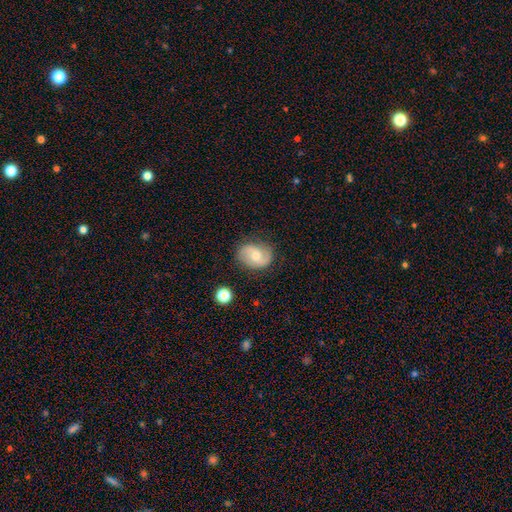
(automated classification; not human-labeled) smooth_or_featured: featured or disk (p=0.57) [alt: smooth p=0.35]
disk_edge_on: no (p=0.97) [alt: yes p=0.03]
bar: no (p=0.57) [alt: weak p=0.36]
has_spiral_arms: yes (p=0.86) [alt: no p=0.14]
bulge_size: moderate (p=0.61) [alt: small p=0.33]
merging: none (p=0.77) [alt: minor disturbance p=0.16]